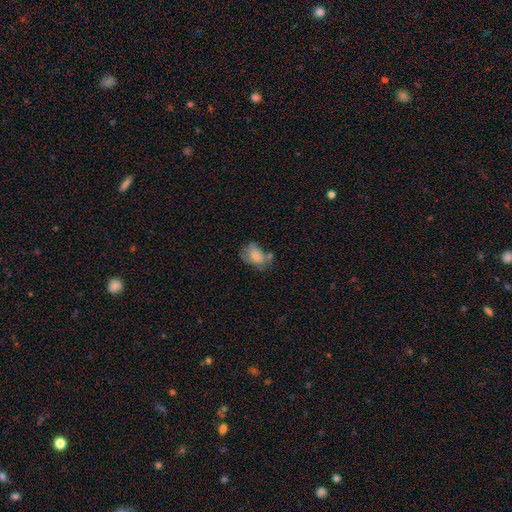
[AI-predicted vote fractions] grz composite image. It shows a smooth galaxy with no disk features (70%) that is in between round and cigar-shaped (77%). Merging: none (38%).